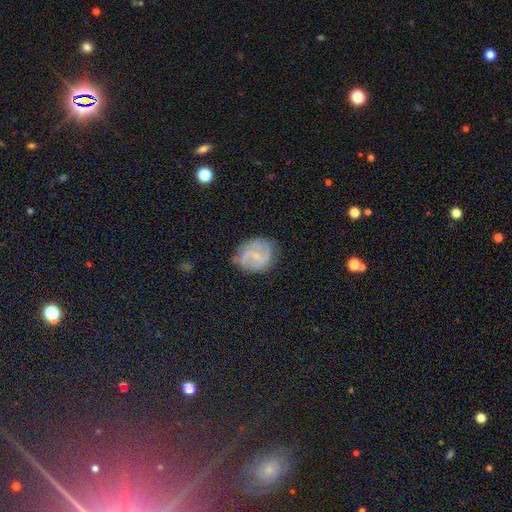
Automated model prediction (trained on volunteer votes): smooth-or-featured: featured or disk: 60% | smooth: 32% | star or artifact: 9%
  disk-edge-on: no: 97% | yes: 3%
    bar: weak: 52% | no: 33% | strong: 14%
    has-spiral-arms: yes: 82% | no: 18%
    bulge-size: small: 65% | moderate: 19% | none: 14% | large: 1% | dominant: 1%
  merging: none: 69% | minor disturbance: 22% | major disturbance: 7% | merger: 2%